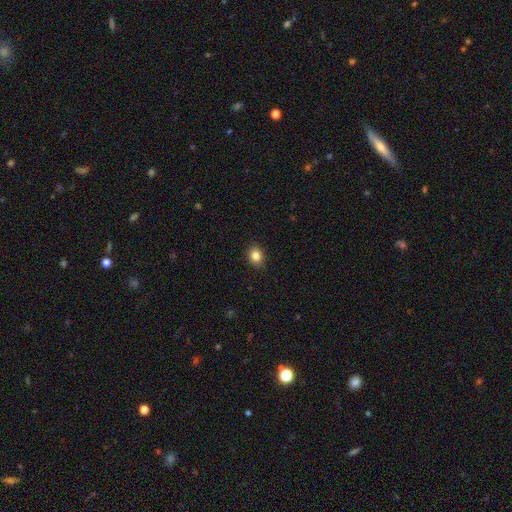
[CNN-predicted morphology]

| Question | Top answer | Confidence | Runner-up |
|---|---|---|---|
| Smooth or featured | smooth | 85% | star or artifact (10%) |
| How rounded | round | 54% | in between (45%) |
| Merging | none | 90% | minor disturbance (7%) |